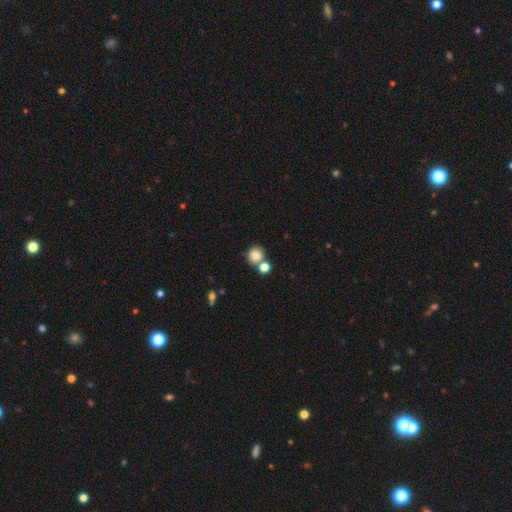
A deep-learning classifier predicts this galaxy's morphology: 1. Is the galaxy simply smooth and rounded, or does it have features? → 81% smooth, 11% star or artifact, 9% featured or disk.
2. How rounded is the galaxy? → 89% round, 10% in between, 1% cigar-shaped.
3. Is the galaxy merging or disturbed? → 61% none, 28% merger, 8% minor disturbance, 3% major disturbance.